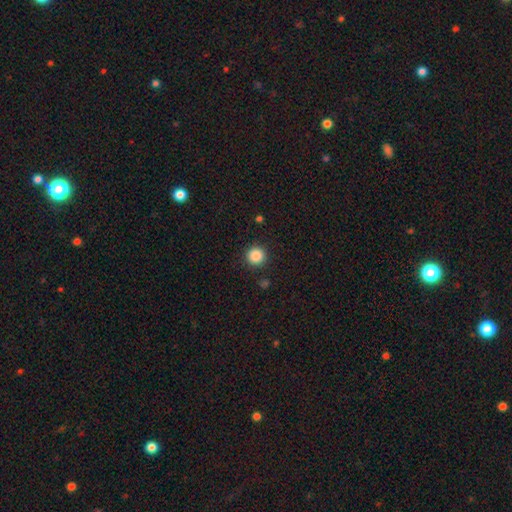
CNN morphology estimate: This appears to be a smooth galaxy with no disk features (87%) that is round (94%). Merging: none (91%).